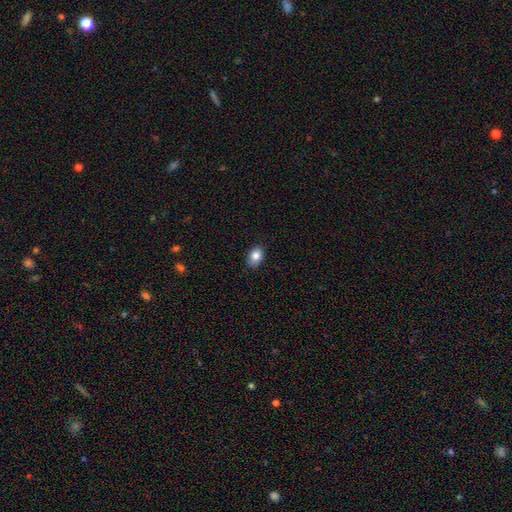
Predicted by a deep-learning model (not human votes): smooth 85%, star or artifact 9%, featured or disk 7%. Down the decision tree: how rounded — in between (77%); merging — none (86%).